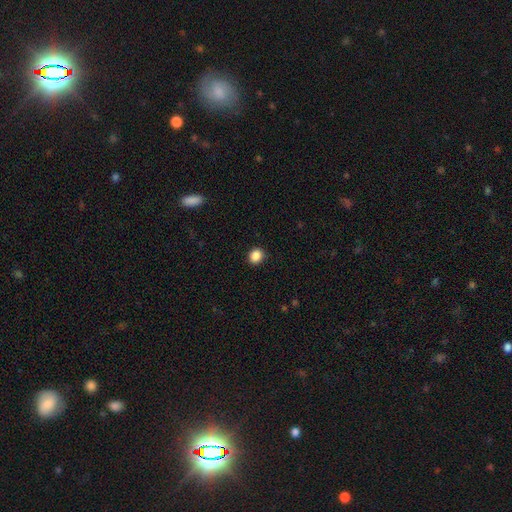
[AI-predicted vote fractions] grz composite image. It shows a smooth galaxy with no disk features (88%) that is round (67%). Merging: none (89%).